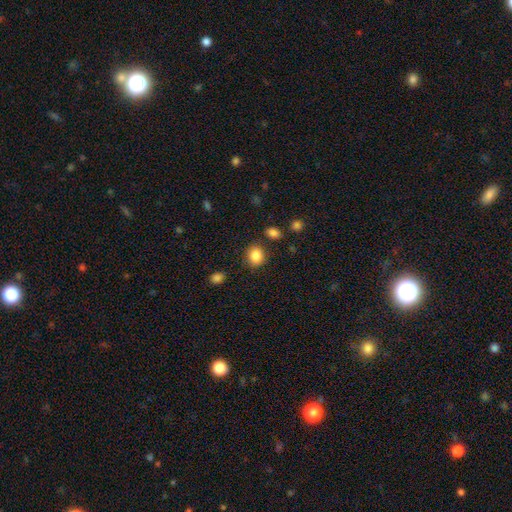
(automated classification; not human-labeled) Smooth or featured: smooth — 87% (star or artifact — 9%)
How rounded: round — 69% (in between — 30%)
Merging: none — 82% (minor disturbance — 11%)